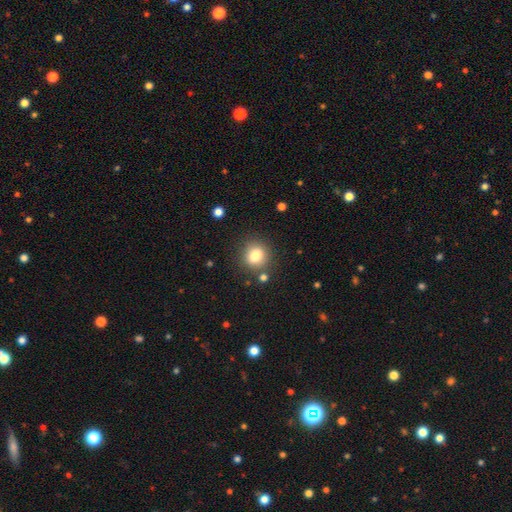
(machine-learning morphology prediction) Q: Smooth or featured?
A: smooth (81%); runner-up: star or artifact (11%)
Q: How rounded?
A: round (75%); runner-up: in between (25%)
Q: Merging?
A: none (83%); runner-up: minor disturbance (10%)